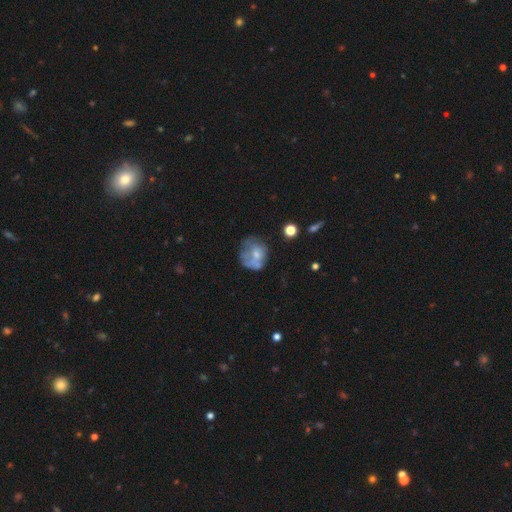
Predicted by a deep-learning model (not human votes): This is possibly a smooth galaxy (51%). How rounded: likely round (66%). Merging: marginally none (36%).